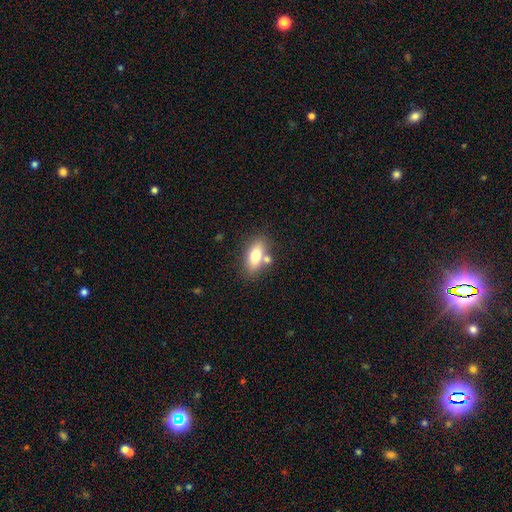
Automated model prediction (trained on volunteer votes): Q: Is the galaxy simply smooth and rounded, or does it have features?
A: smooth — 74%.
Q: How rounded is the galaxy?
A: in between — 84%.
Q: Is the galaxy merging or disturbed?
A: none — 65%.